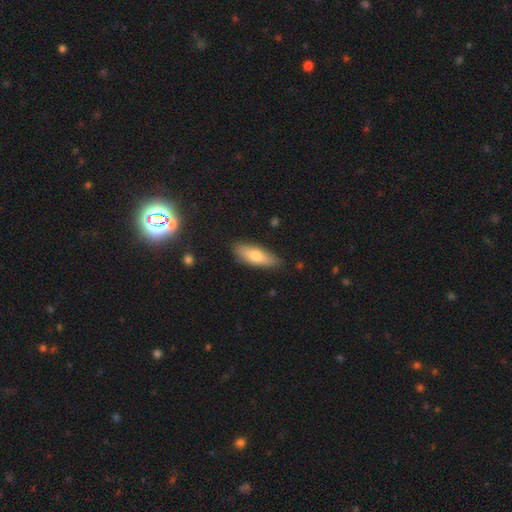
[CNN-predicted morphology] Smooth or featured: smooth — 70% (featured or disk — 23%)
How rounded: in between — 55% (cigar-shaped — 42%)
Merging: none — 86% (minor disturbance — 11%)